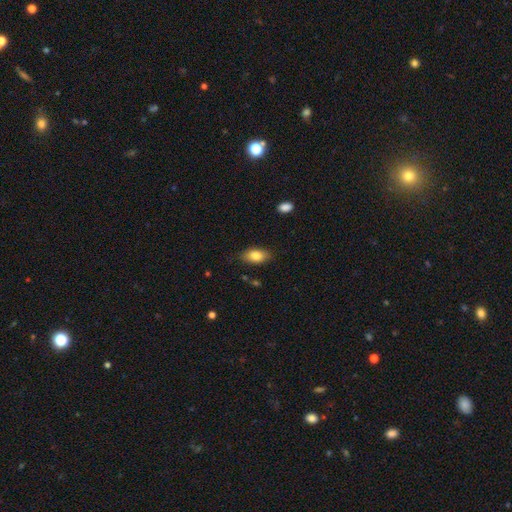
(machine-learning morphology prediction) Smooth or featured? Predicted: smooth (p=0.82). How rounded? Predicted: in between (p=0.90). Merging? Predicted: none (p=0.83).